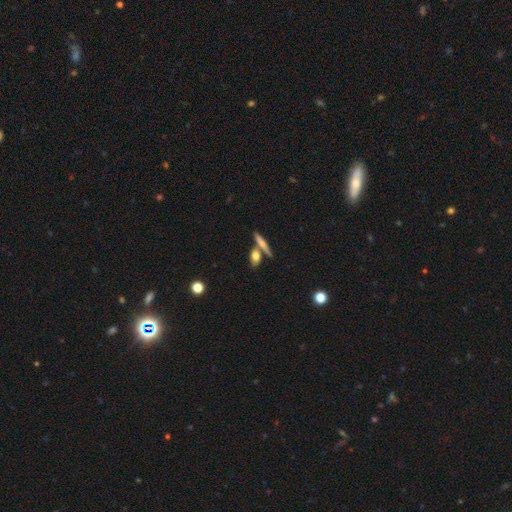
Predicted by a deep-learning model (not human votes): Morphology: type=smooth (70%); roundness=in between (51%); merging=none (60%).